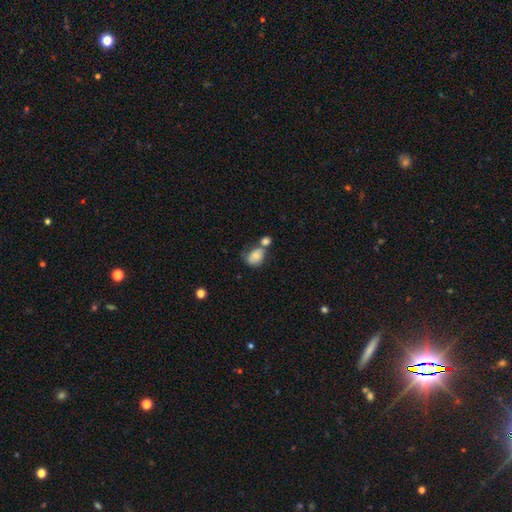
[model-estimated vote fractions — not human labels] smooth_or_featured: smooth (p=0.77) [alt: featured or disk p=0.15]
how_rounded: in between (p=0.71) [alt: round p=0.28]
merging: merger (p=0.40) [alt: none p=0.33]